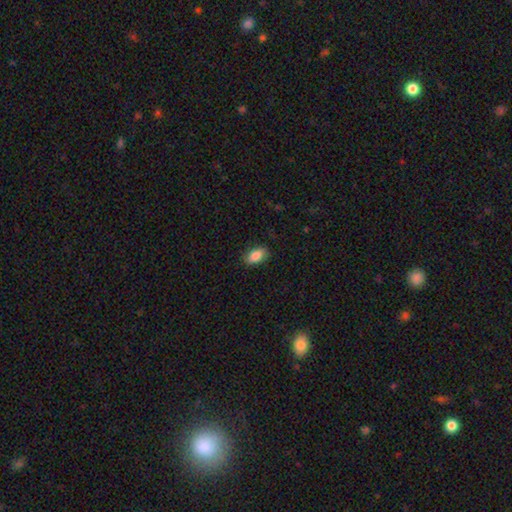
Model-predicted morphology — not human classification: This appears to be a smooth galaxy with no disk features (86%) that is in between round and cigar-shaped (91%). Merging: none (86%).